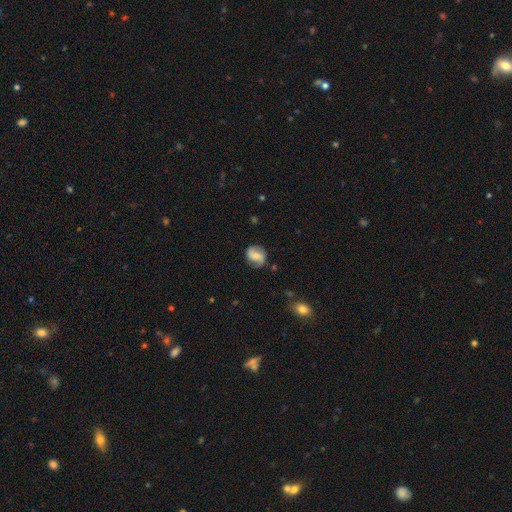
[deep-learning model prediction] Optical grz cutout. It shows a featured or disk galaxy (54%) with a weak bar (44%), spiral arms (89%) and a small central bulge (41%). Merging: none (78%).